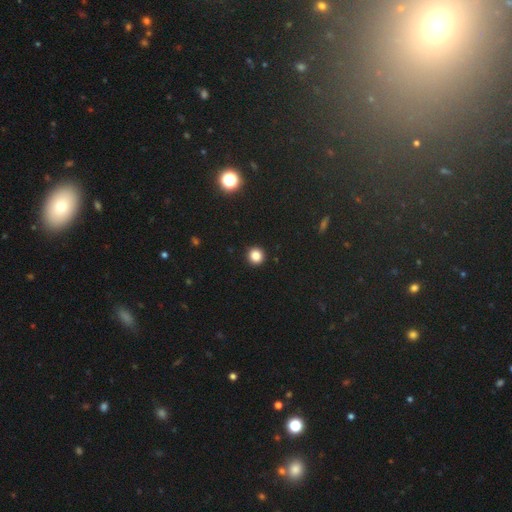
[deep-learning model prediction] Morphology: type=smooth (84%); roundness=round (94%); merging=none (93%).